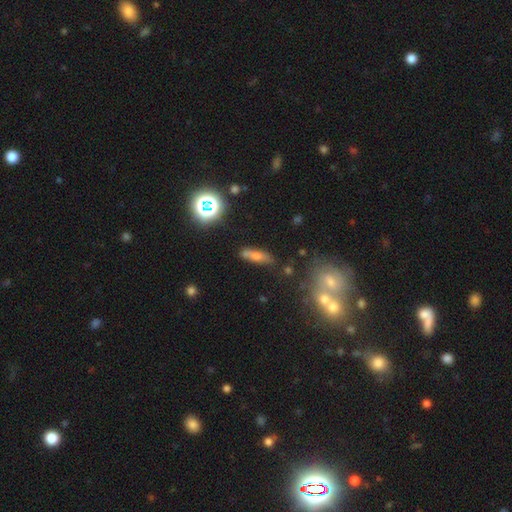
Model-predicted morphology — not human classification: type=smooth (54%); roundness=cigar-shaped (58%); merging=none (73%).